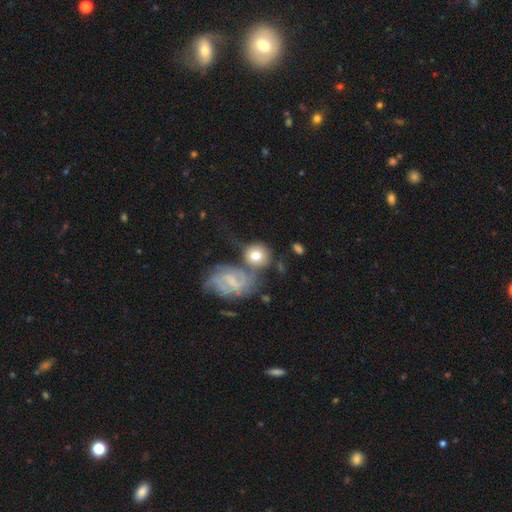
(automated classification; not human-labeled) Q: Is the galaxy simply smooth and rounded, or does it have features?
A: smooth — 60%.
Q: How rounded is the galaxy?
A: round — 80%.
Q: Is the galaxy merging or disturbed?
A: none — 44%.